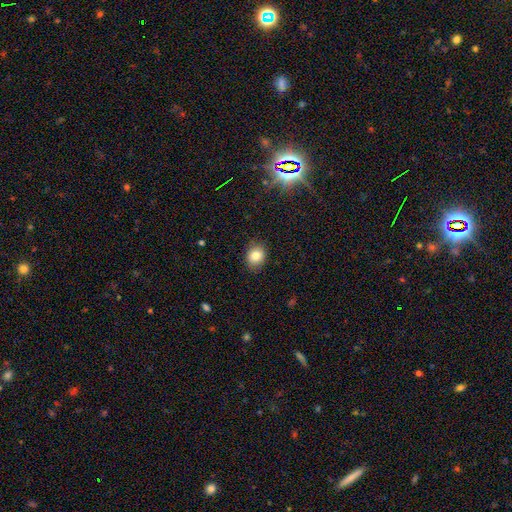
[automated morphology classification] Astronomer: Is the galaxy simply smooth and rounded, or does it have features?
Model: smooth — 81%.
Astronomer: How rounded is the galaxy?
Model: round — 60% (runner-up: in between, 39%).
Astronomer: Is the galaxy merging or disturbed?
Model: none — 85%.